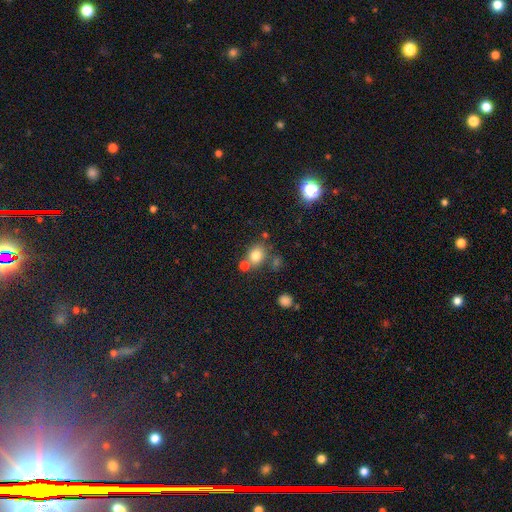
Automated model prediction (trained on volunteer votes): smooth 78%, star or artifact 12%, featured or disk 10%. Down the decision tree: how rounded — round (55%); merging — none (61%).